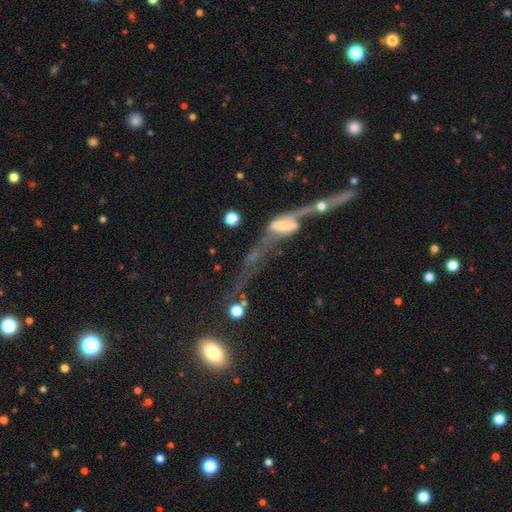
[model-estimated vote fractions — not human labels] Smooth or featured: featured or disk — 66% (star or artifact — 18%)
Edge-on disk: no — 56% (yes — 44%)
Merging: major disturbance — 34% (merger — 28%)